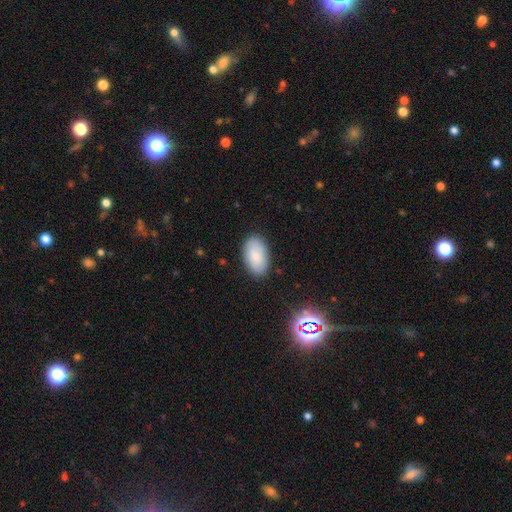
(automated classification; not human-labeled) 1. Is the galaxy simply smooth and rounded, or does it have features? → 85% smooth, 9% featured or disk, 7% star or artifact.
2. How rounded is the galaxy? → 94% in between, 4% round, 1% cigar-shaped.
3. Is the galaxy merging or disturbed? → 85% none, 11% minor disturbance, 2% major disturbance, 1% merger.